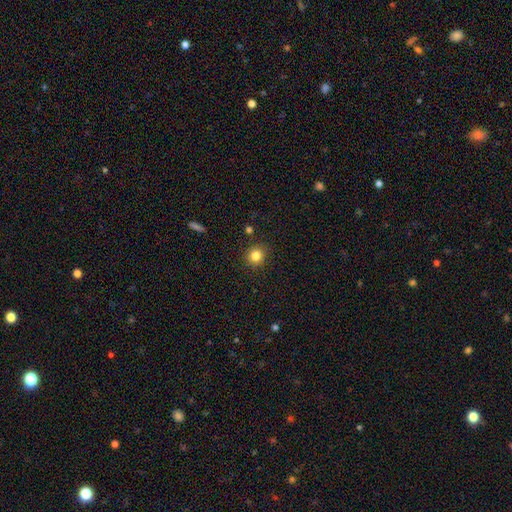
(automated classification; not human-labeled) This is clearly a smooth galaxy (82%). How rounded: clearly round (88%). Merging: clearly none (89%).